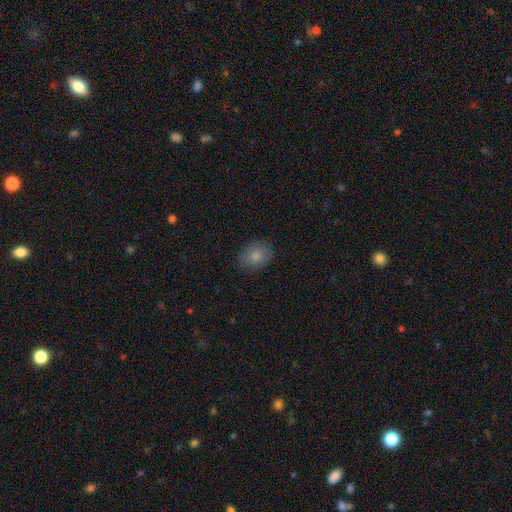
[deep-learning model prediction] The model was most divided on "how rounded": in between: 56%, round: 43%, cigar-shaped: 1%. More confident: merging — none (85%); smooth or featured — smooth (83%).